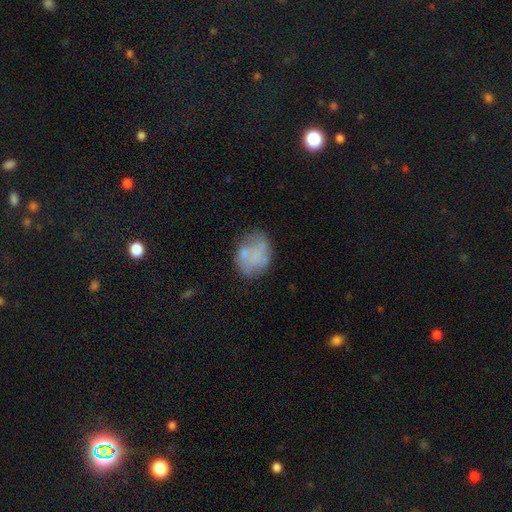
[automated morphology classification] smooth 54%, featured or disk 37%, star or artifact 9%. Down the decision tree: how rounded — in between (55%); merging — none (51%).